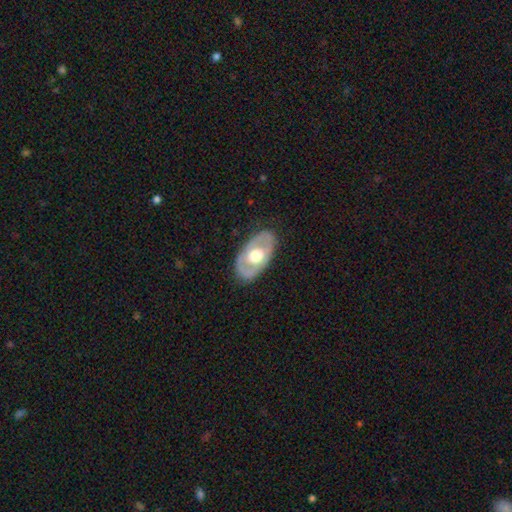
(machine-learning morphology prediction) Smooth or featured? featured or disk (57%)
Edge-on disk? no (87%)
Merging? none (83%)